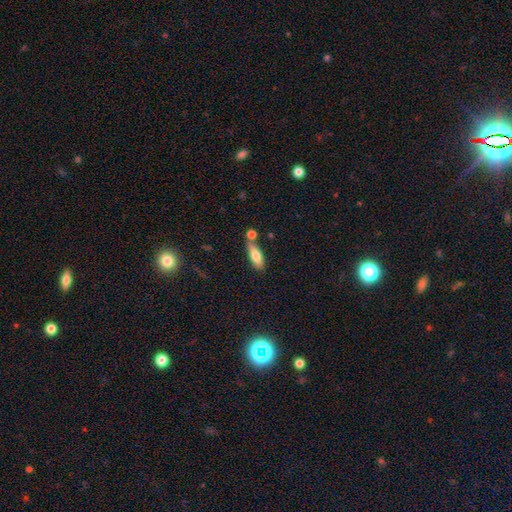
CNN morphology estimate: A smooth galaxy with no disk features (74%) that is in between round and cigar-shaped (61%). Merging: none (65%).